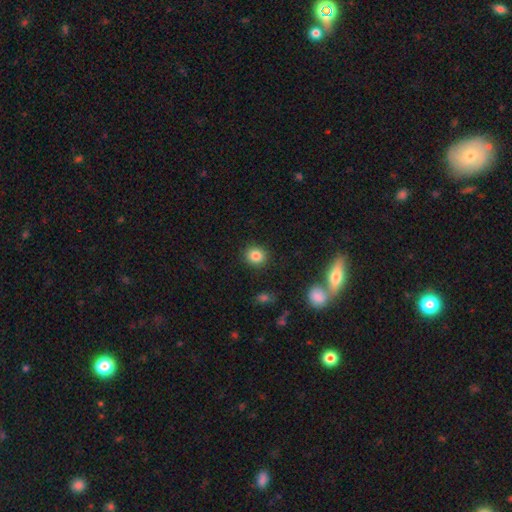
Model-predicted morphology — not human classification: smooth_or_featured: smooth (p=0.84) [alt: star or artifact p=0.11]
how_rounded: round (p=0.82) [alt: in between p=0.17]
merging: none (p=0.90) [alt: minor disturbance p=0.06]